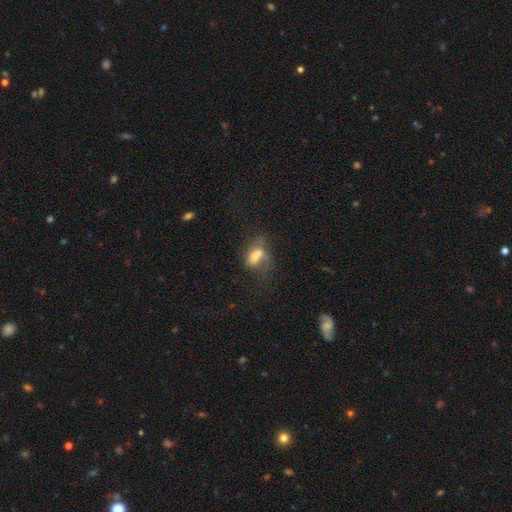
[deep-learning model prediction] This appears to be a smooth galaxy with no disk features (60%) that is in between round and cigar-shaped (79%). Merging: merger (33%).